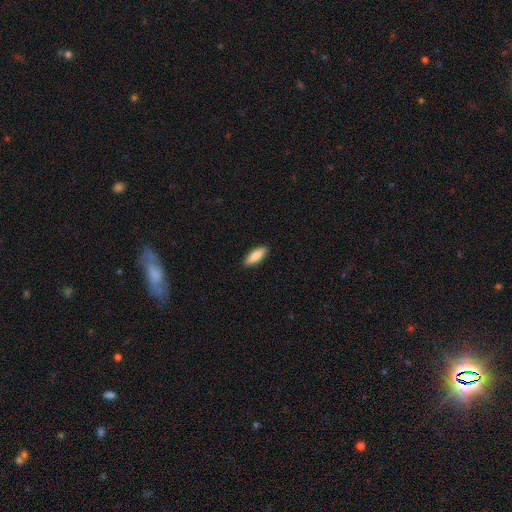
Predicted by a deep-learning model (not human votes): A smooth galaxy with no disk features (84%) that is in between round and cigar-shaped (62%). Merging: none (90%).